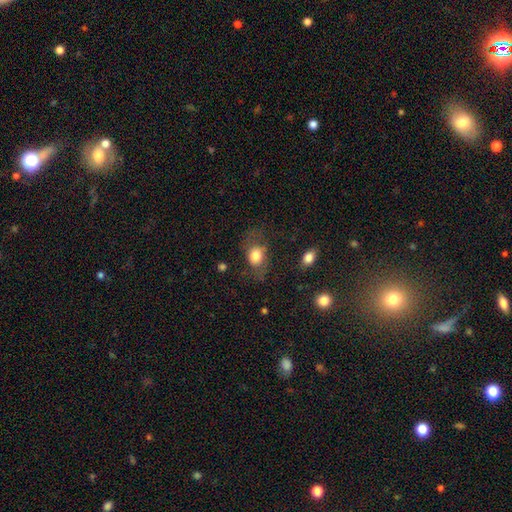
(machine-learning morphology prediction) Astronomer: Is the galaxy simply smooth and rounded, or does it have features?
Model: smooth — 75%.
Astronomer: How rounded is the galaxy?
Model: in between — 55% (runner-up: round, 43%).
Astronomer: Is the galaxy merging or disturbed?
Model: none — 55%.